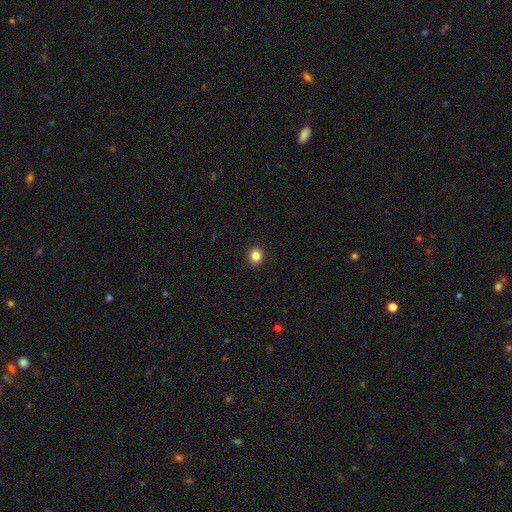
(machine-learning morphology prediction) This appears to be a smooth galaxy with no disk features (85%) that is round (78%). Merging: none (90%).